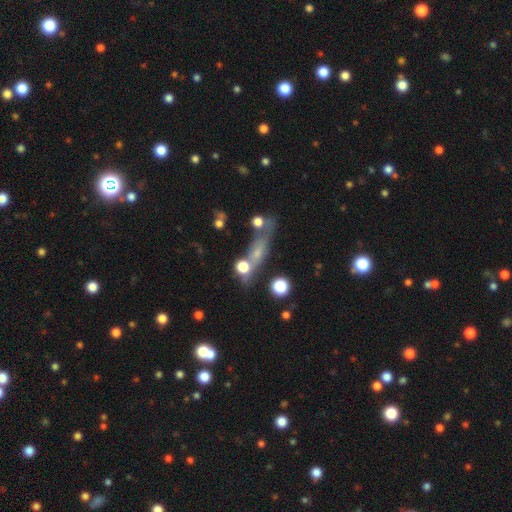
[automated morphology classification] smooth 44%, featured or disk 35%, star or artifact 21%. Down the decision tree: merging — none (56%).